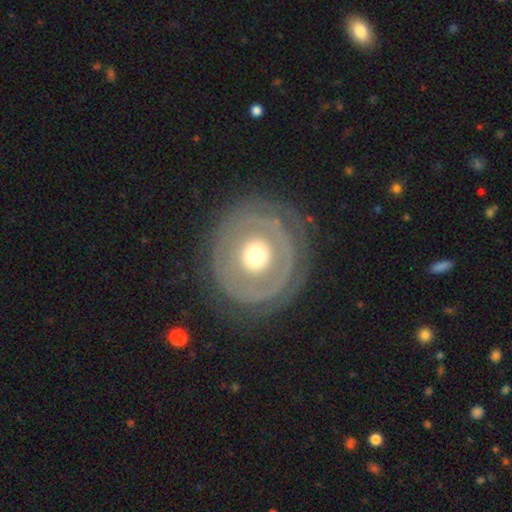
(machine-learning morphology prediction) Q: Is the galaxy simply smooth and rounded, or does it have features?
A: featured or disk — 62%.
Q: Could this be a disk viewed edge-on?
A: no — 96%.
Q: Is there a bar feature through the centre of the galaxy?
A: no — 89%.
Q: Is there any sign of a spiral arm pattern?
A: no — 69%.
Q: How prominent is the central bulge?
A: moderate — 61%.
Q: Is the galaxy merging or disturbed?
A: none — 74%.